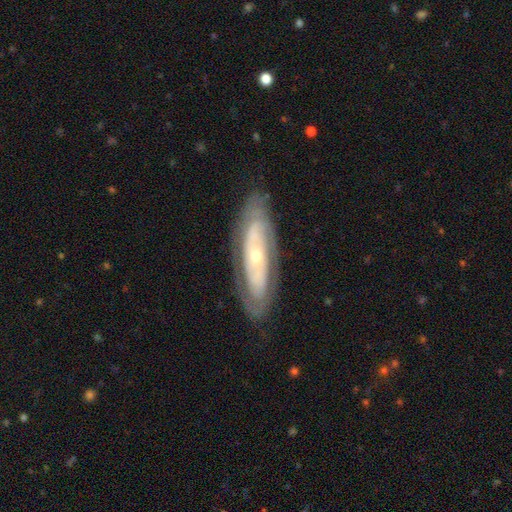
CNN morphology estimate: This appears to be a featured or disk galaxy (76%) with no bar (78%), spiral arms (70%) and a small central bulge (66%). Merging: none (81%).